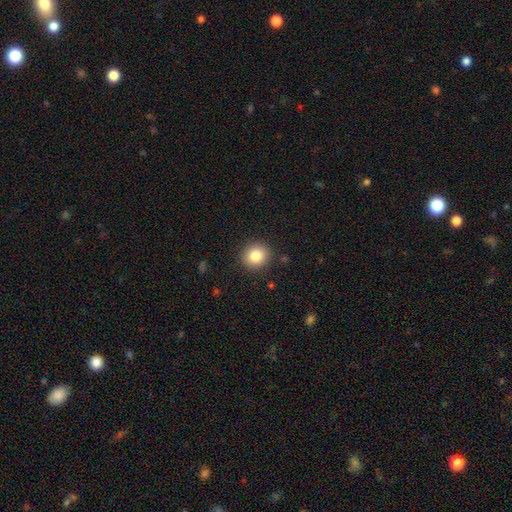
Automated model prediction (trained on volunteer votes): A smooth galaxy with no disk features (84%) that is round (86%). Merging: none (90%).